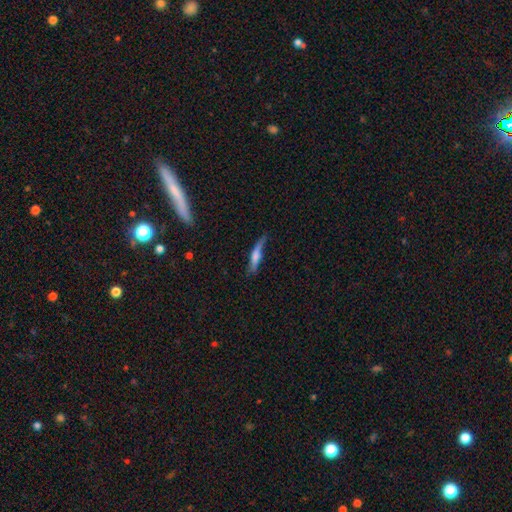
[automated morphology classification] Overall: smooth (55%; featured or disk 38%). How rounded: cigar-shaped (85%). Merging: none (58%; minor disturbance 29%).